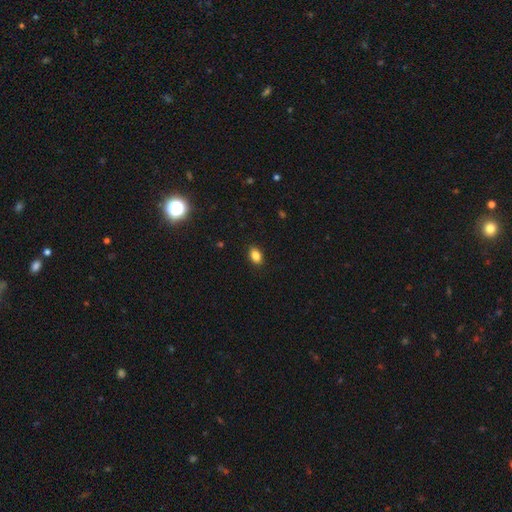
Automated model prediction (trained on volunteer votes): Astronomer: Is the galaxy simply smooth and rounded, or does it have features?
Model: smooth — 86%.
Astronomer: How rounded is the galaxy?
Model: in between — 85%.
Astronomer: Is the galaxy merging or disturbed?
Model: none — 88%.